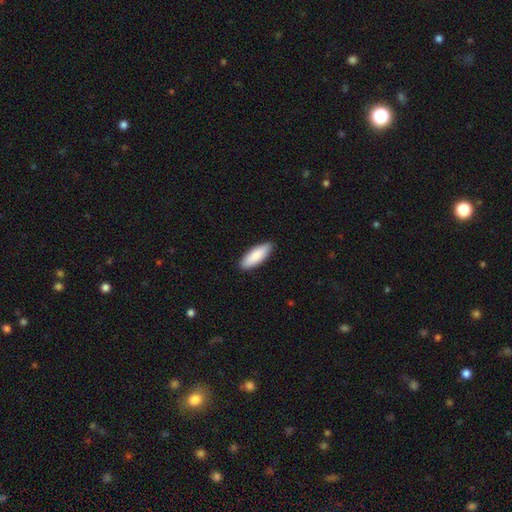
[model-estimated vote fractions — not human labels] Smooth or featured: smooth — 88% (featured or disk — 7%)
How rounded: in between — 65% (cigar-shaped — 34%)
Merging: none — 90% (minor disturbance — 8%)